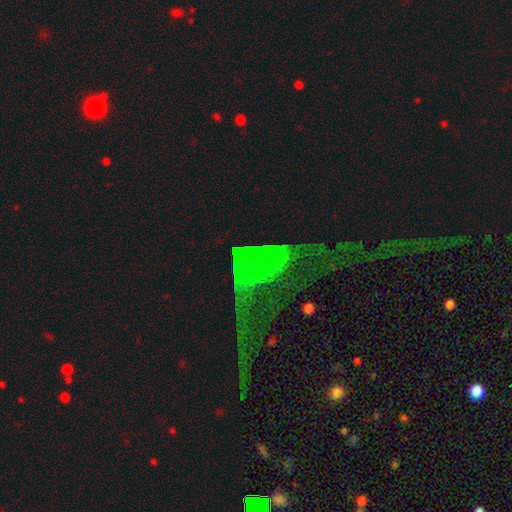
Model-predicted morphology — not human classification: This is possibly a star or artifact rather than a galaxy (45%).